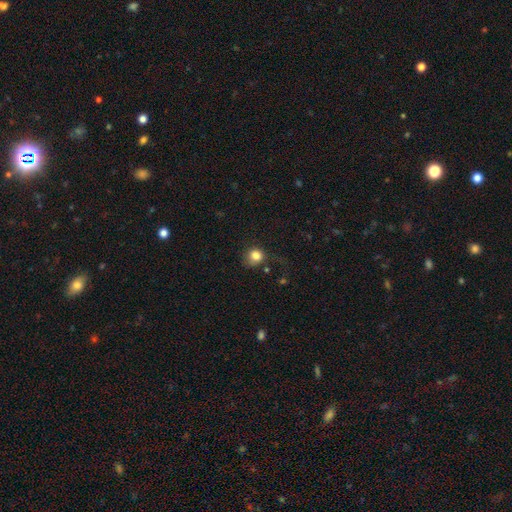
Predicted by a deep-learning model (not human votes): Overall: smooth (82%). How rounded: round (77%). Merging: none (50%; minor disturbance 27%).